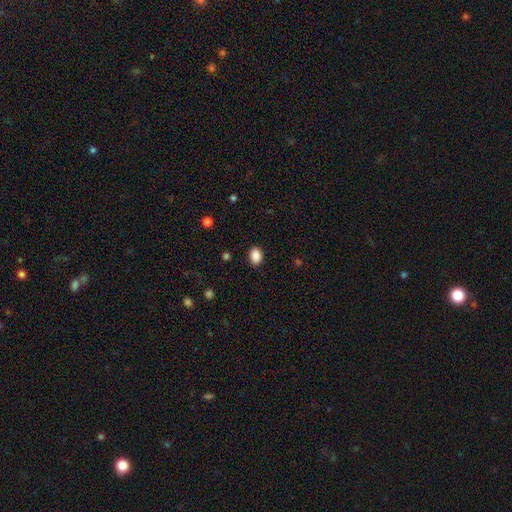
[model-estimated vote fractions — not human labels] Overall: smooth (88%). How rounded: in between (75%). Merging: none (87%).